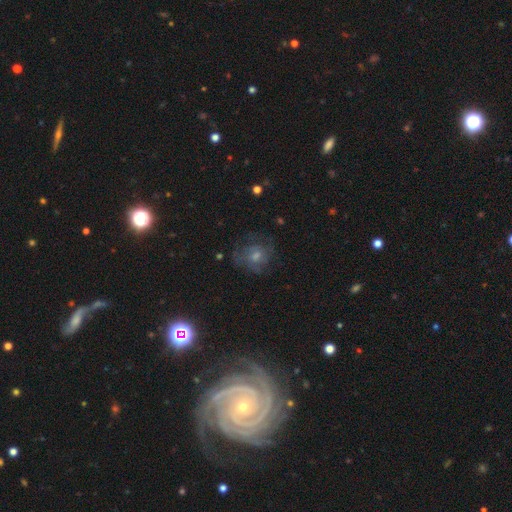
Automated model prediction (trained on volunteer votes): The model was most divided on "smooth or featured": featured or disk: 41%, smooth: 31%, star or artifact: 28%. More confident: merging — none (68%).